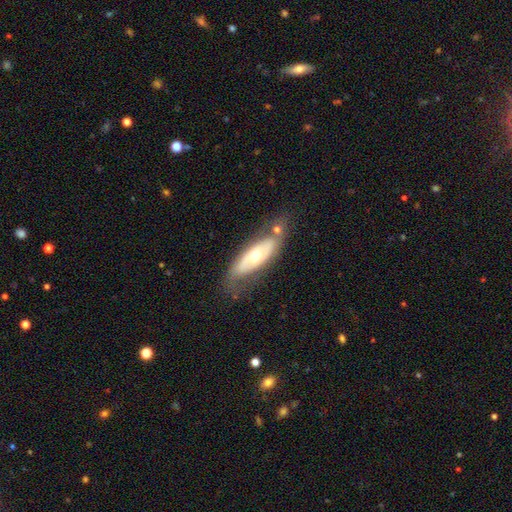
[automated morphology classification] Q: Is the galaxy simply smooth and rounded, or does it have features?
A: featured or disk — 52%.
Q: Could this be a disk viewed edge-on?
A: no — 72%.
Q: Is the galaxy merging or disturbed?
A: none — 60%.